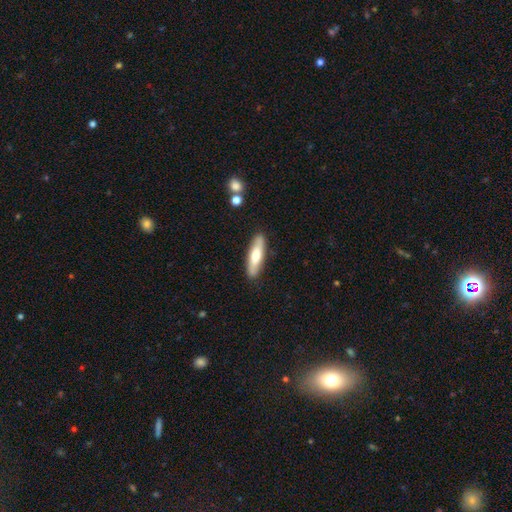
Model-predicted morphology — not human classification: Smooth or featured: smooth — 63% (featured or disk — 32%)
How rounded: cigar-shaped — 68% (in between — 31%)
Merging: none — 87% (minor disturbance — 9%)